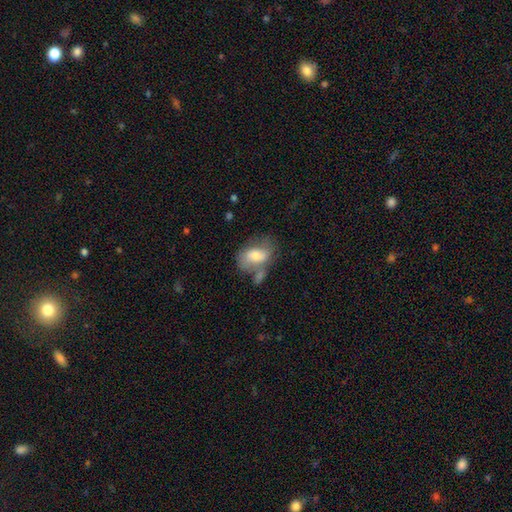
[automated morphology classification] Overall: smooth (61%; featured or disk 32%). How rounded: in between (84%). Merging: none (43%; merger 23%).